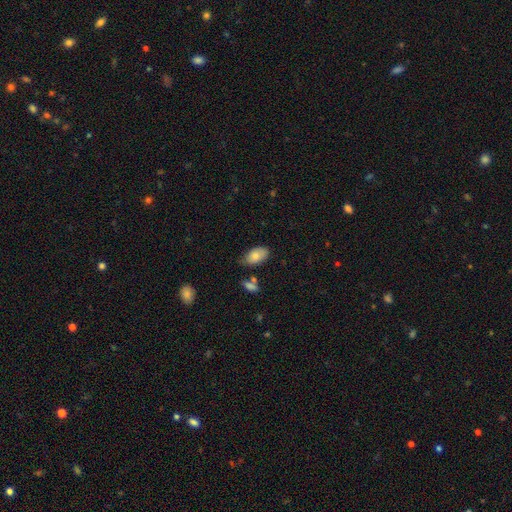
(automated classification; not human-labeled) This is likely a smooth galaxy (79%). How rounded: clearly in between (94%). Merging: likely none (63%).